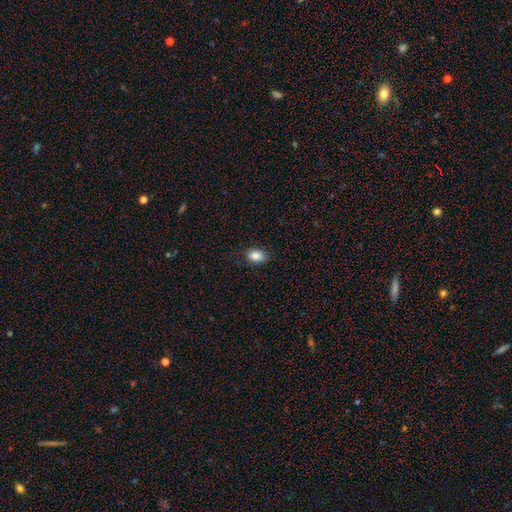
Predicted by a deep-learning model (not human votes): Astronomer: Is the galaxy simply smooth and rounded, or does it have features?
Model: smooth — 86%.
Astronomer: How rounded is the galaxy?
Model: in between — 86%.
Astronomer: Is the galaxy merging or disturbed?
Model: none — 85%.